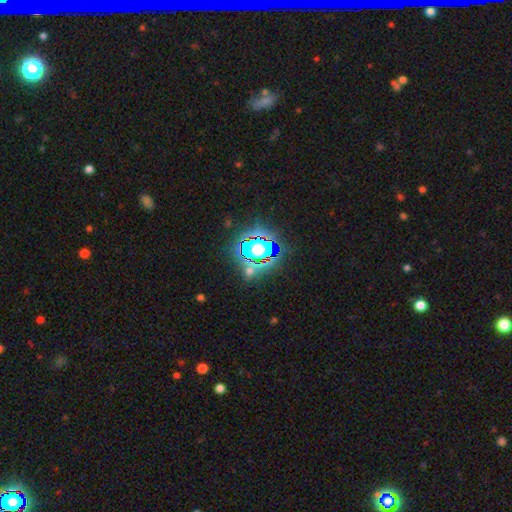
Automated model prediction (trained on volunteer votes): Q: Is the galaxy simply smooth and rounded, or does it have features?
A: star or artifact — 79%.